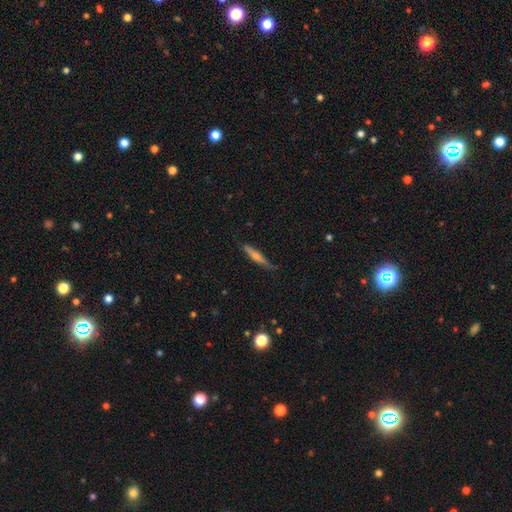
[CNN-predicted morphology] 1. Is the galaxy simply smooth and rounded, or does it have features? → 58% featured or disk, 35% smooth, 7% star or artifact.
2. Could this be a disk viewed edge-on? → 95% yes, 5% no.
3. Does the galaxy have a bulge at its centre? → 79% rounded, 15% none, 6% boxy.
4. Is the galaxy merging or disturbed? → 80% none, 16% minor disturbance, 3% major disturbance, 1% merger.